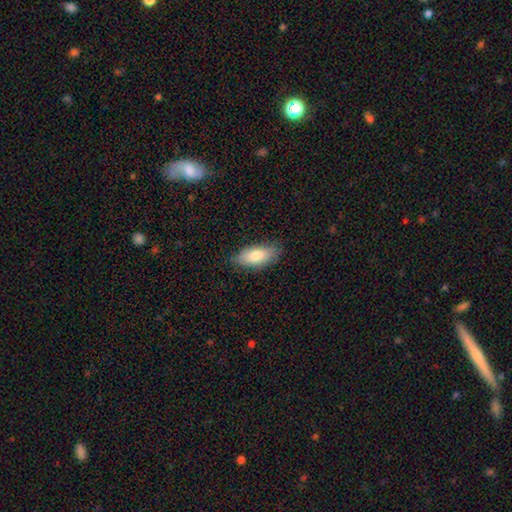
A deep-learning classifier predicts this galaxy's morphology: This appears to be a smooth galaxy with no disk features (79%) that is in between round and cigar-shaped (84%). Merging: none (81%).